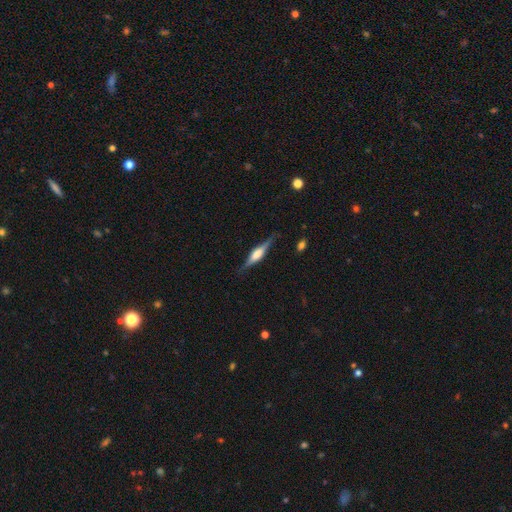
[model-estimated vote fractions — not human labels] Overall: featured or disk (70%). Edge-on disk: yes (97%). Edge-on bulge: rounded (71%). Merging: none (84%).